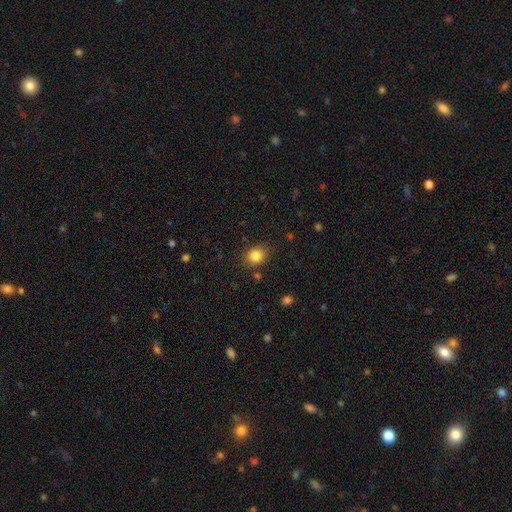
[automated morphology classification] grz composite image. It shows a smooth galaxy with no disk features (83%) that is round (62%). Merging: none (83%).